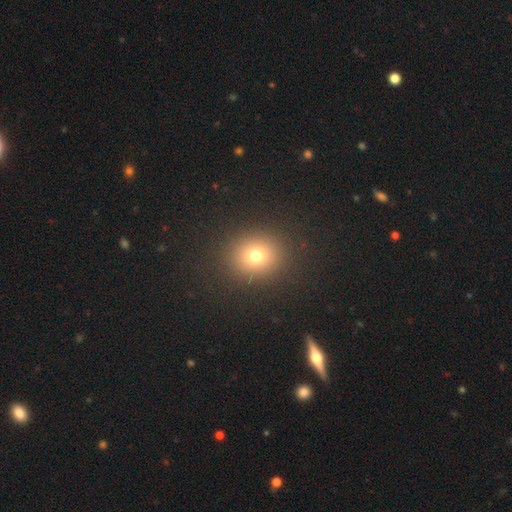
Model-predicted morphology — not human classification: Smooth or featured?
  - smooth: 75% *
  - star or artifact: 16%
  - featured or disk: 9%
How rounded?
  - round: 80% *
  - in between: 19%
  - cigar-shaped: 1%
Merging?
  - none: 90% *
  - minor disturbance: 6%
  - major disturbance: 3%
  - merger: 1%